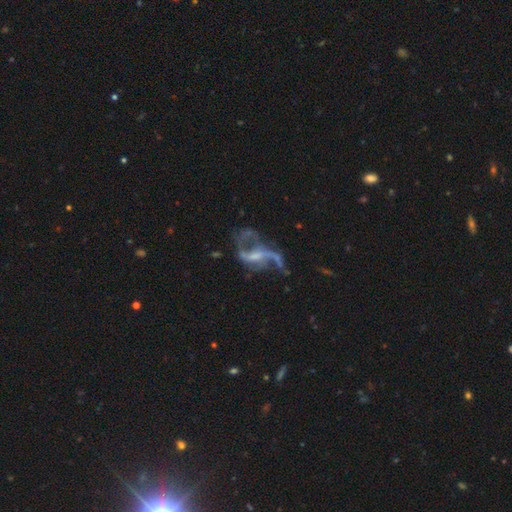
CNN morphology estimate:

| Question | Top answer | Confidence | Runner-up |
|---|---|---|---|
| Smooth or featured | featured or disk | 81% | star or artifact (10%) |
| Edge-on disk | no | 95% | yes (5%) |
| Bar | weak | 44% | no (32%) |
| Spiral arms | yes | 81% | no (19%) |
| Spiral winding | loose | 81% | medium (15%) |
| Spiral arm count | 2 | 64% | can't tell (11%) |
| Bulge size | small | 44% | none (28%) |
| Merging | major disturbance | 37% | tied: none (37%) |